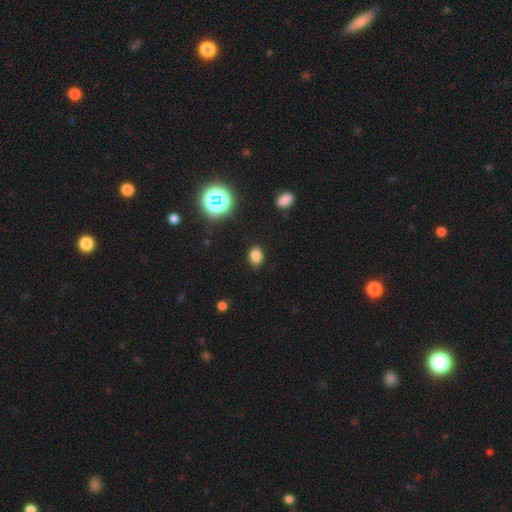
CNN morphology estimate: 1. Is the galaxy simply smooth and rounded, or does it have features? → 79% smooth, 16% star or artifact, 5% featured or disk.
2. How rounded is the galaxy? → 70% in between, 29% round, 1% cigar-shaped.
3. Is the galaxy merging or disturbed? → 85% none, 11% minor disturbance, 3% major disturbance, 1% merger.